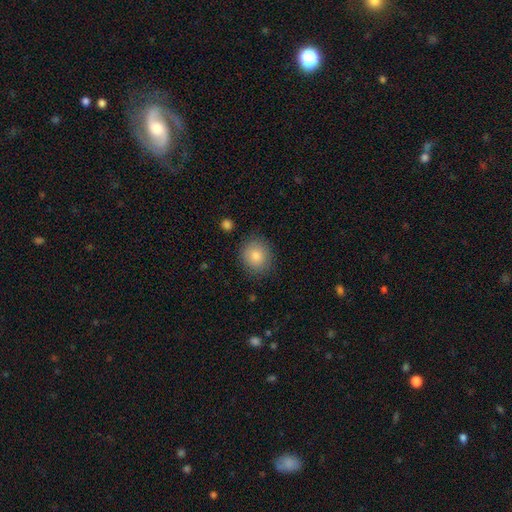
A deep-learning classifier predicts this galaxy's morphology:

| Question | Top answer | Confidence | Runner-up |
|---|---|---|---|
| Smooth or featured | smooth | 82% | star or artifact (10%) |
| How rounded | round | 79% | in between (20%) |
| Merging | none | 87% | minor disturbance (10%) |